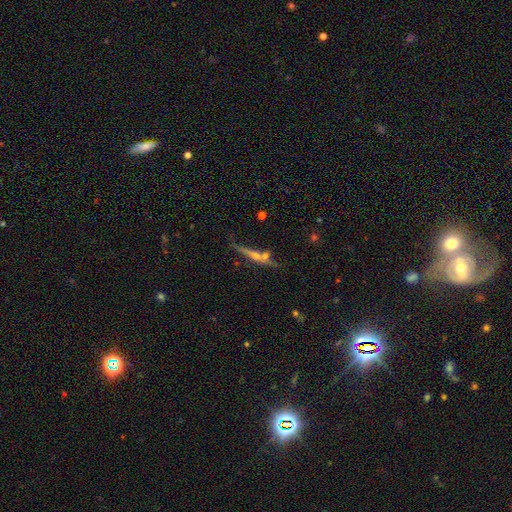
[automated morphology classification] Smooth or featured: featured or disk — 65% (smooth — 25%)
Edge-on disk: yes — 92% (no — 8%)
Edge-on bulge: rounded — 78% (none — 16%)
Merging: none — 60% (merger — 19%)